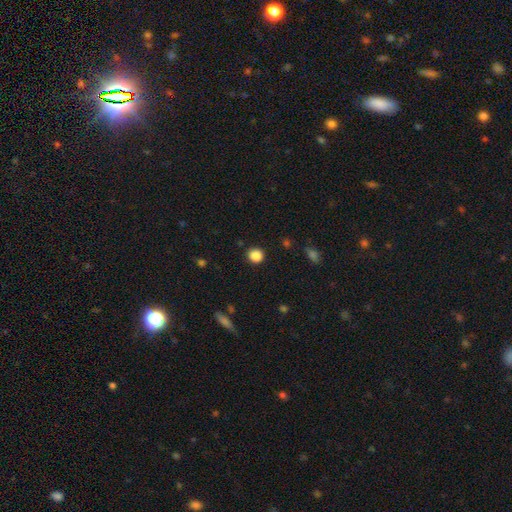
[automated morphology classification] This appears to be a smooth galaxy with no disk features (87%) that is round (90%). Merging: none (90%).